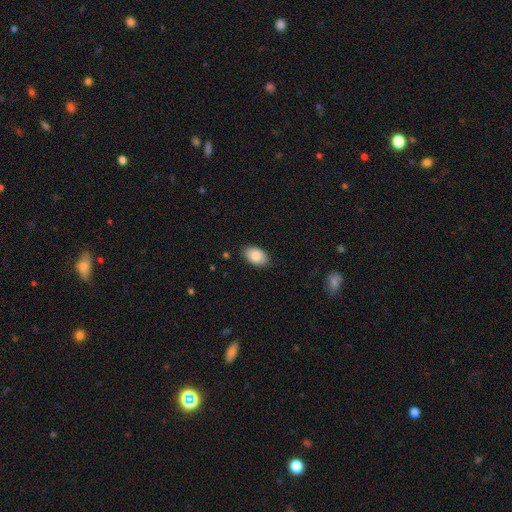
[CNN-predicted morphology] smooth_or_featured: smooth (p=0.86) [alt: featured or disk p=0.07]
how_rounded: in between (p=0.91) [alt: round p=0.08]
merging: none (p=0.86) [alt: minor disturbance p=0.10]